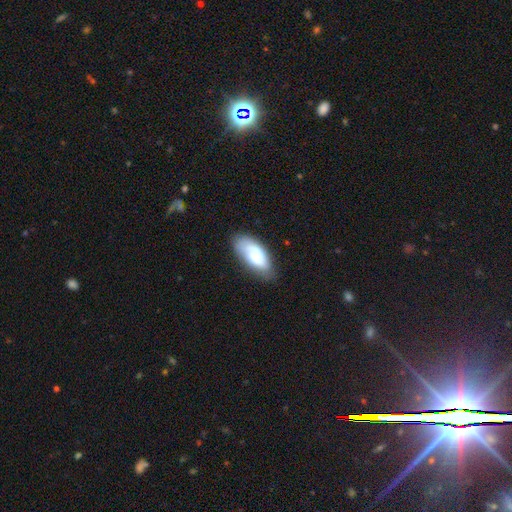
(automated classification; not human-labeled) This is likely a smooth galaxy (65%). How rounded: clearly in between (89%). Merging: likely none (70%).